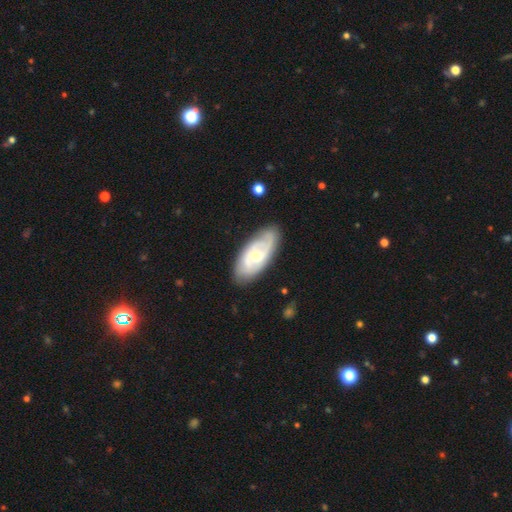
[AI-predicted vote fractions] smooth-or-featured: featured or disk: 72% | smooth: 23% | star or artifact: 5%
  disk-edge-on: no: 92% | yes: 8%
    bar: no: 60% | weak: 34% | strong: 6%
    has-spiral-arms: yes: 88% | no: 12%
      spiral-winding: tight: 51% | medium: 37% | loose: 13%
      spiral-arm-count: 2: 45% | can't tell: 32% | 3: 12% | 1: 6% | 4: 3% | more than 4: 2%
    bulge-size: moderate: 53% | small: 42% | large: 3% | none: 1% | dominant: 1%
  merging: none: 79% | minor disturbance: 16% | major disturbance: 4% | merger: 2%